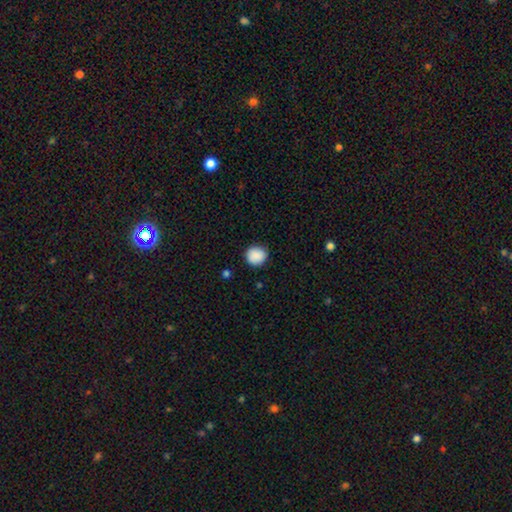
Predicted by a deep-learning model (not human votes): smooth-or-featured: smooth: 89% | star or artifact: 8% | featured or disk: 3%
  how-rounded: round: 91% | in between: 8% | cigar-shaped: 1%
  merging: none: 88% | minor disturbance: 9% | major disturbance: 2% | merger: 1%